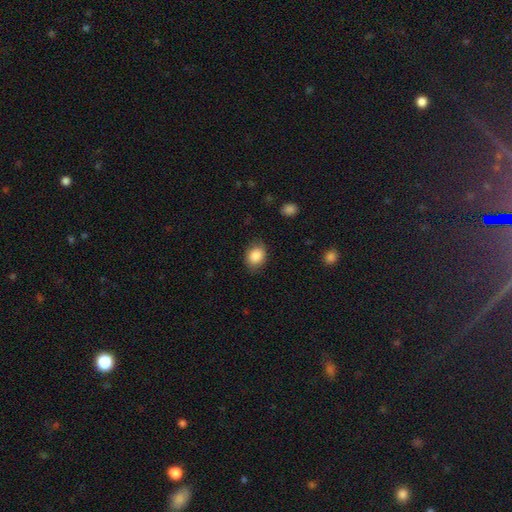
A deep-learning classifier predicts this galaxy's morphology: Q: Smooth or featured?
A: smooth (87%); runner-up: star or artifact (8%)
Q: How rounded?
A: in between (61%); runner-up: round (38%)
Q: Merging?
A: none (81%); runner-up: minor disturbance (15%)